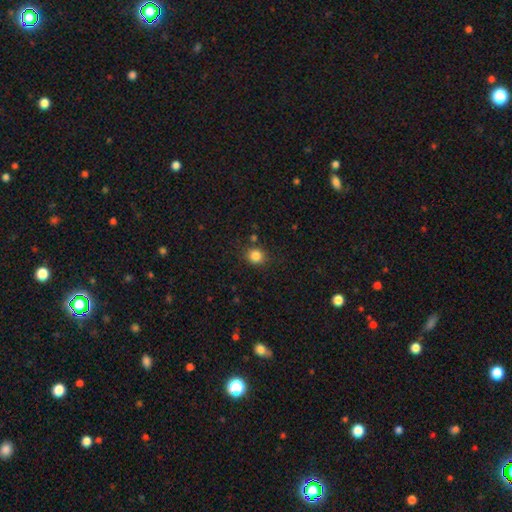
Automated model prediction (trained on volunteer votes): Smooth or featured: smooth — 84% (star or artifact — 12%)
How rounded: round — 83% (in between — 17%)
Merging: none — 84% (minor disturbance — 10%)